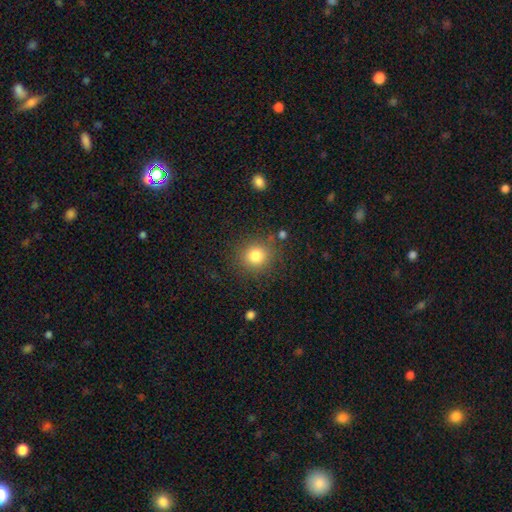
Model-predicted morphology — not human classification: Smooth or featured: smooth — 81% (star or artifact — 12%)
How rounded: round — 89% (in between — 10%)
Merging: none — 85% (minor disturbance — 9%)